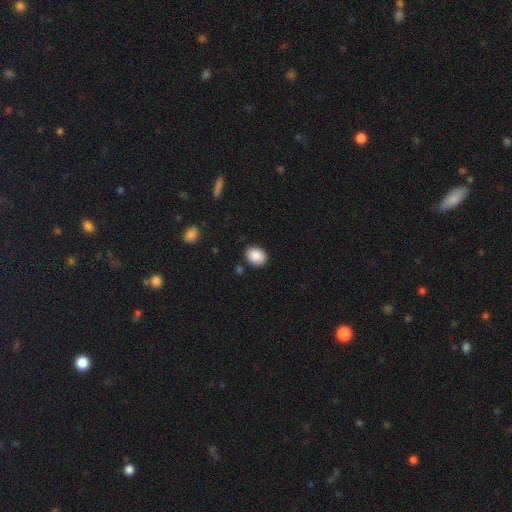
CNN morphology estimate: smooth-or-featured: smooth: 89% | star or artifact: 7% | featured or disk: 4%
  how-rounded: in between: 70% | round: 29% | cigar-shaped: 1%
  merging: none: 85% | minor disturbance: 11% | major disturbance: 2% | merger: 2%